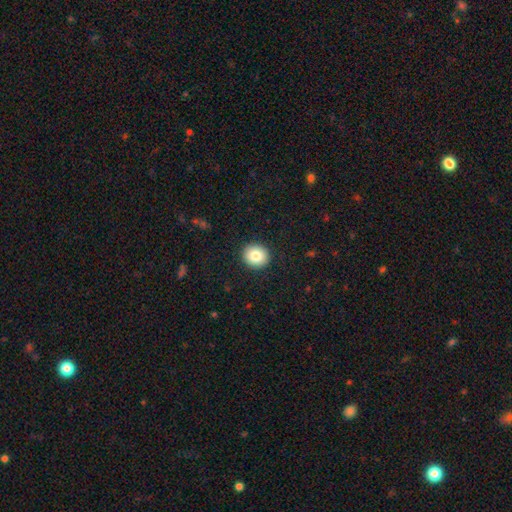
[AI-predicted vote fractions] The model was most divided on "how rounded": round: 87%, in between: 12%, cigar-shaped: 1%. More confident: merging — none (92%); smooth or featured — smooth (84%).